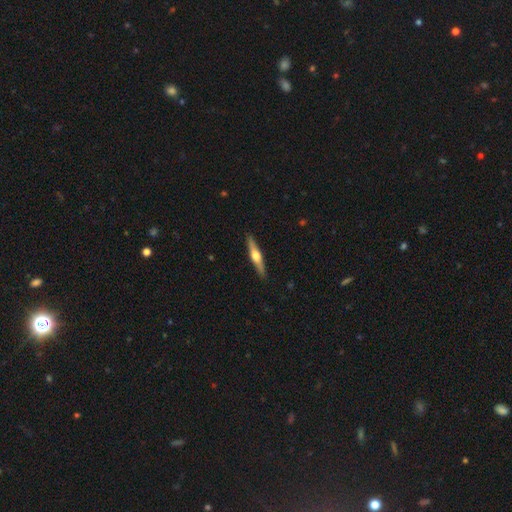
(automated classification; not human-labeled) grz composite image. It shows a featured or disk galaxy (64%) viewed edge-on (97%) with a rounded central bulge (94%). Merging: none (91%).